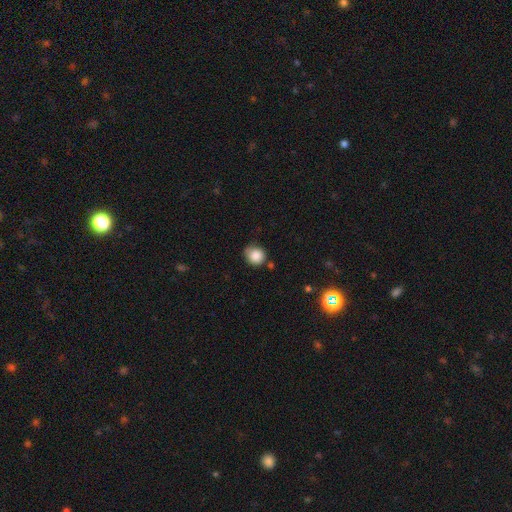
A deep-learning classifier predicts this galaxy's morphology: Overall: smooth (86%). How rounded: round (87%). Merging: none (66%).